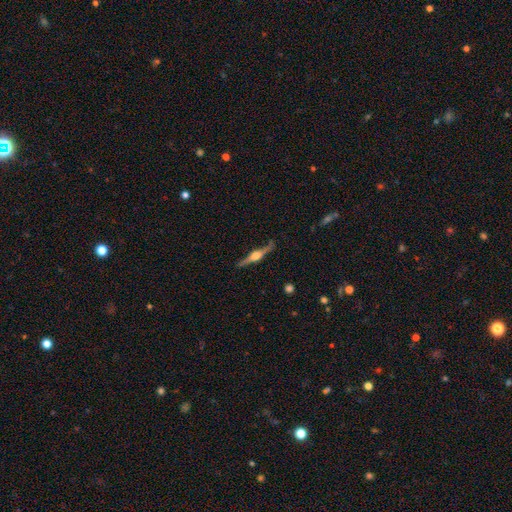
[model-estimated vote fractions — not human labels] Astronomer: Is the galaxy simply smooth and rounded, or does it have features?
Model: featured or disk — 82%.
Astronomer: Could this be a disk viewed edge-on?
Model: yes — 98%.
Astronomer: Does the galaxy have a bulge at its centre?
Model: rounded — 93%.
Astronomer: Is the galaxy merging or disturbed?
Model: none — 87%.